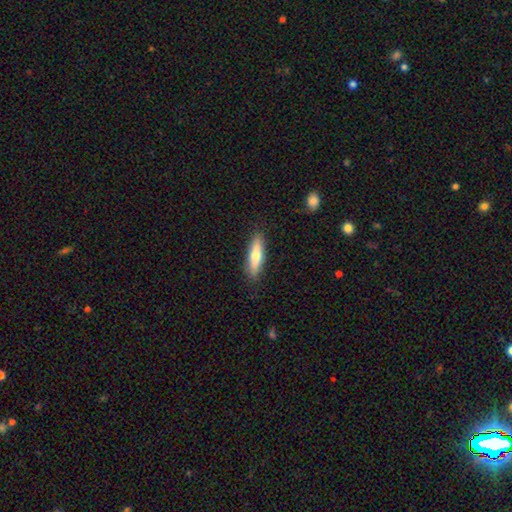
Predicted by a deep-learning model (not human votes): Overall: smooth (65%; featured or disk 29%). How rounded: cigar-shaped (70%). Merging: none (88%).